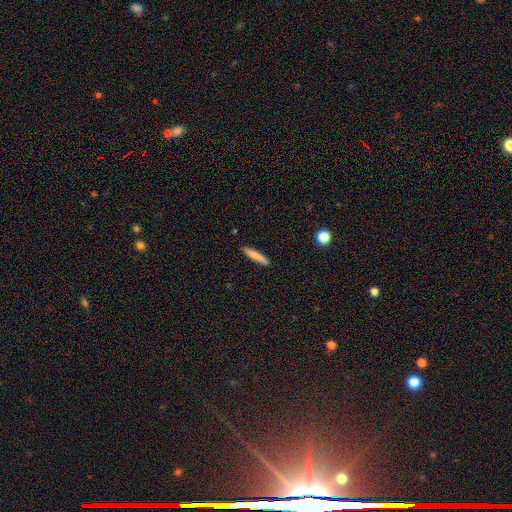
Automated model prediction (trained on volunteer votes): This is clearly a smooth galaxy (82%). How rounded: clearly cigar-shaped (92%). Merging: clearly none (90%).